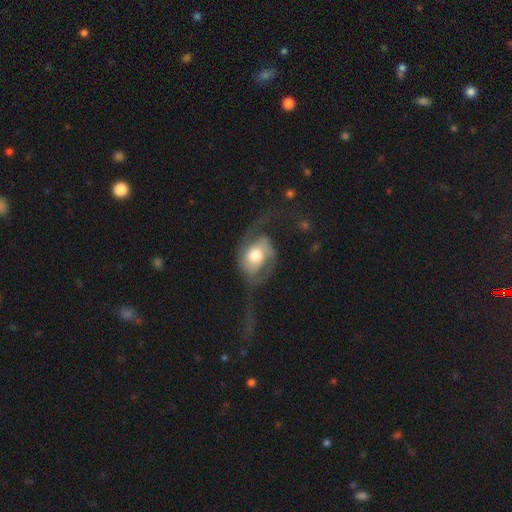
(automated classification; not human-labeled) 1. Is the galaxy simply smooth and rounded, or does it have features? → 65% featured or disk, 29% smooth, 6% star or artifact.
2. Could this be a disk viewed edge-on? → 96% no, 4% yes.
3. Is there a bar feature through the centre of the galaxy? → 69% no, 23% weak, 9% strong.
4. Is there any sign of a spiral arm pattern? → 79% yes, 21% no.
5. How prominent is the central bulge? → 64% moderate, 24% large, 7% small, 4% dominant, 1% none.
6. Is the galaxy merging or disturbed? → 45% major disturbance, 36% none, 16% minor disturbance, 3% merger.